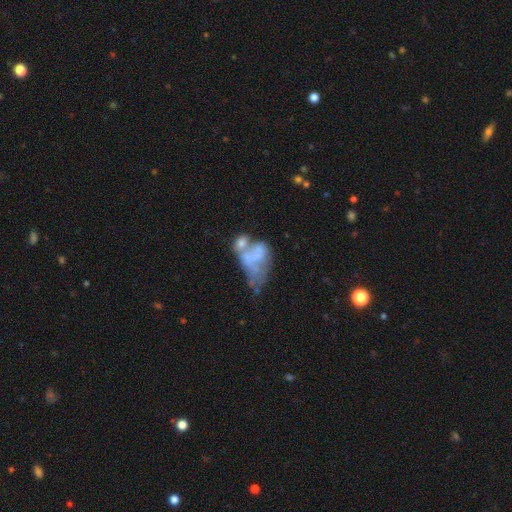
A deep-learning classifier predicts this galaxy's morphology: Smooth or featured: featured or disk — 49% (smooth — 38%)
Merging: merger — 44% (major disturbance — 29%)